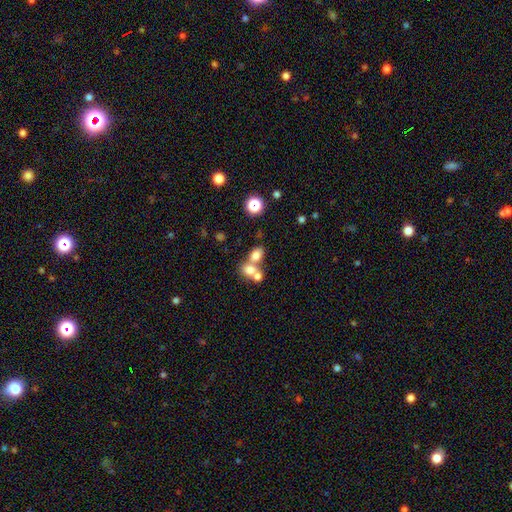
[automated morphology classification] A smooth galaxy with no disk features (71%) that is in between round and cigar-shaped (55%).

Vote fractions:
- Smooth or featured? smooth: 71% / featured or disk: 15% / star or artifact: 14%
- How rounded? in between: 55% / round: 43% / cigar-shaped: 2%
- Merging? merger: 59% / none: 31% / minor disturbance: 7% / major disturbance: 4%